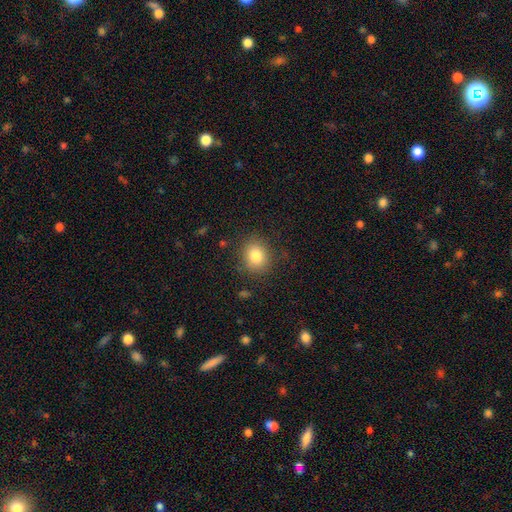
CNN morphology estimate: smooth 83%, star or artifact 10%, featured or disk 7%. Down the decision tree: how rounded — round (69%); merging — none (85%).